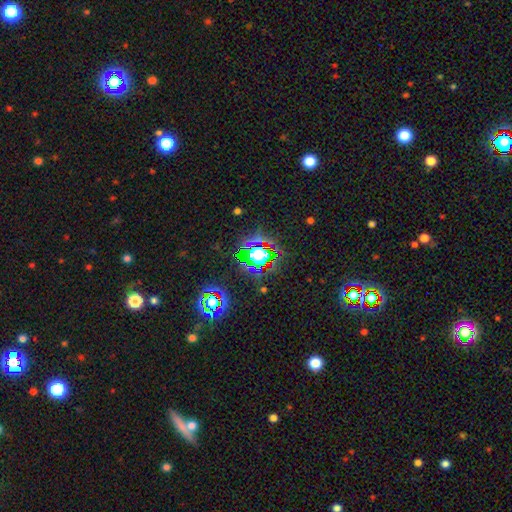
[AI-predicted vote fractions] Morphology: type=star or artifact (59%).